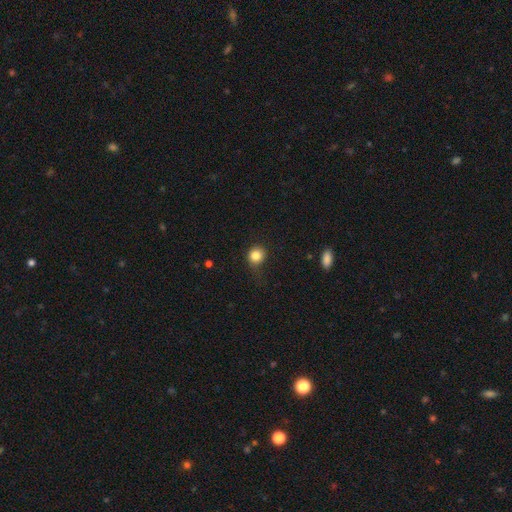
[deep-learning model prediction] smooth-or-featured: smooth: 83% | star or artifact: 11% | featured or disk: 6%
  how-rounded: round: 86% | in between: 13% | cigar-shaped: 1%
  merging: none: 67% | minor disturbance: 22% | major disturbance: 9% | merger: 2%